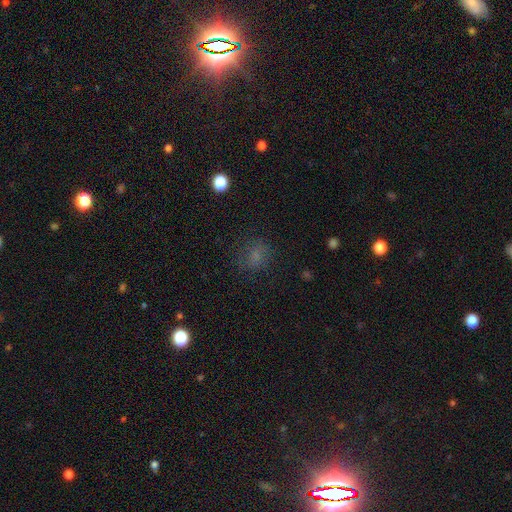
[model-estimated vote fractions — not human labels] Q: Smooth or featured?
A: smooth (68%); runner-up: star or artifact (21%)
Q: How rounded?
A: round (68%); runner-up: in between (31%)
Q: Merging?
A: none (72%); runner-up: minor disturbance (17%)